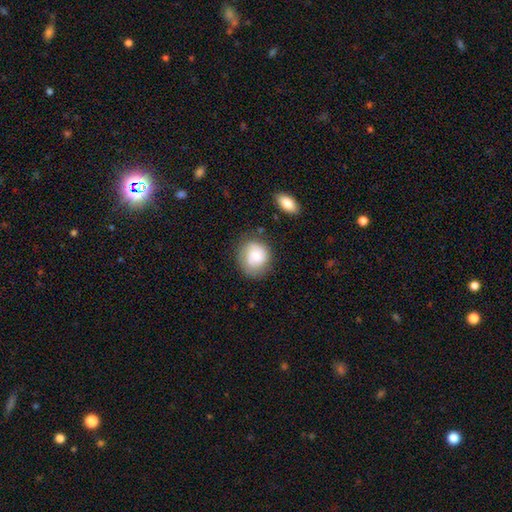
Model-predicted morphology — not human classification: type=smooth (66%); roundness=round (79%); merging=none (70%).